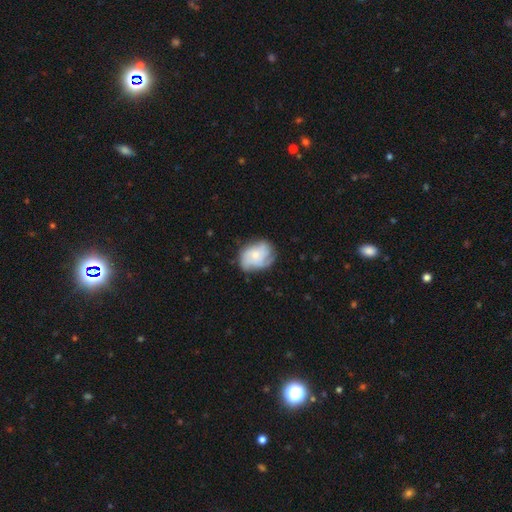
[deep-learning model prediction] Overall: featured or disk (51%; smooth 42%). Edge-on disk: no (97%). Merging: none (58%; minor disturbance 28%).